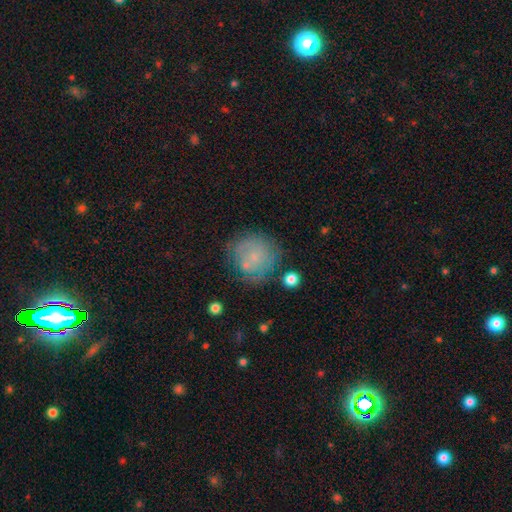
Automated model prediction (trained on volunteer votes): smooth-or-featured: smooth: 55% | featured or disk: 32% | star or artifact: 13%
  how-rounded: round: 87% | in between: 12% | cigar-shaped: 1%
  merging: none: 62% | minor disturbance: 21% | major disturbance: 10% | merger: 7%